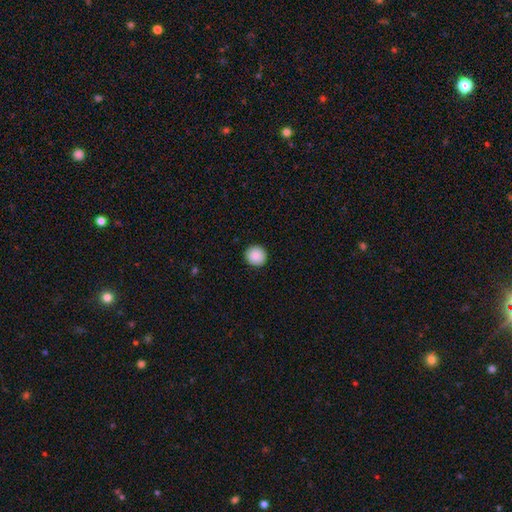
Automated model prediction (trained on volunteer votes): Smooth or featured?
  - smooth: 89% *
  - star or artifact: 8%
  - featured or disk: 3%
How rounded?
  - round: 94% *
  - in between: 5%
  - cigar-shaped: 1%
Merging?
  - none: 93% *
  - minor disturbance: 5%
  - major disturbance: 2%
  - merger: 1%